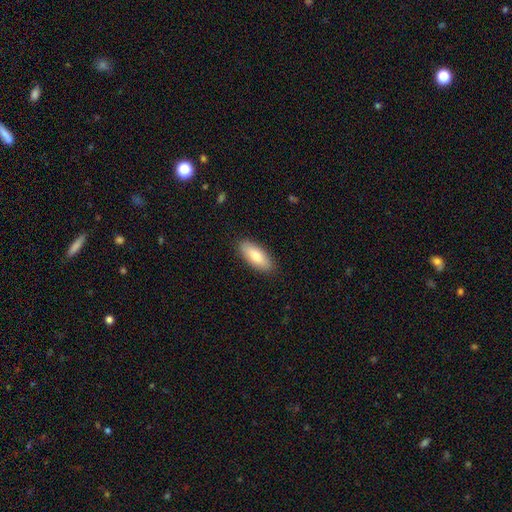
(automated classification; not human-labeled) smooth-or-featured: smooth: 79% | featured or disk: 15% | star or artifact: 6%
  how-rounded: in between: 78% | cigar-shaped: 20% | round: 2%
  merging: none: 88% | minor disturbance: 9% | major disturbance: 2% | merger: 1%